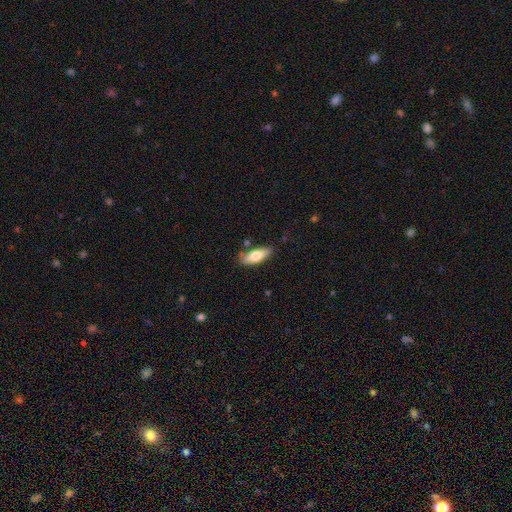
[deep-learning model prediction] smooth-or-featured: smooth: 71% | featured or disk: 23% | star or artifact: 6%
  how-rounded: in between: 65% | cigar-shaped: 32% | round: 2%
  merging: none: 74% | minor disturbance: 17% | merger: 6% | major disturbance: 3%